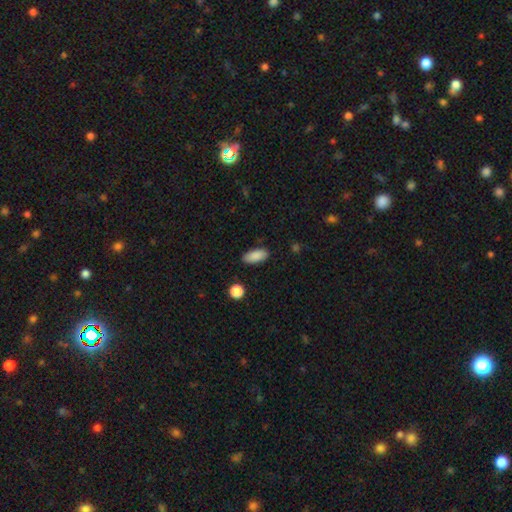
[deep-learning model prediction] Smooth or featured?
  - smooth: 88% *
  - star or artifact: 7%
  - featured or disk: 5%
How rounded?
  - in between: 88% *
  - cigar-shaped: 9%
  - round: 2%
Merging?
  - none: 86% *
  - minor disturbance: 10%
  - major disturbance: 2%
  - merger: 1%